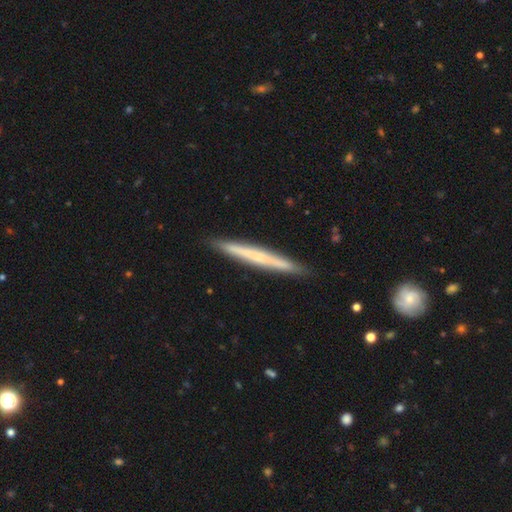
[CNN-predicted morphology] This appears to be a featured or disk galaxy (47%, tied with smooth). Merging: none (91%).